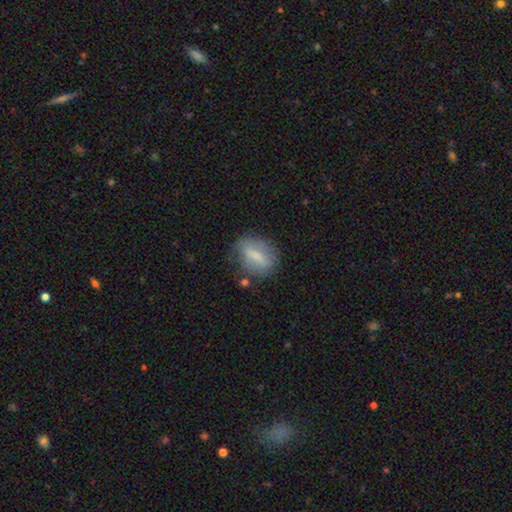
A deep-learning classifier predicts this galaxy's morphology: smooth-or-featured: smooth: 55% | featured or disk: 37% | star or artifact: 9%
  how-rounded: in between: 59% | round: 26% | cigar-shaped: 15%
  merging: none: 67% | minor disturbance: 21% | major disturbance: 8% | merger: 4%